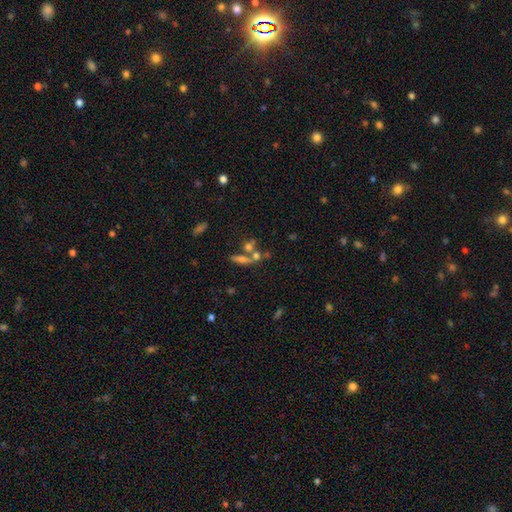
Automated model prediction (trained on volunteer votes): This is marginally a smooth galaxy (40%). Merging: possibly none (46%).